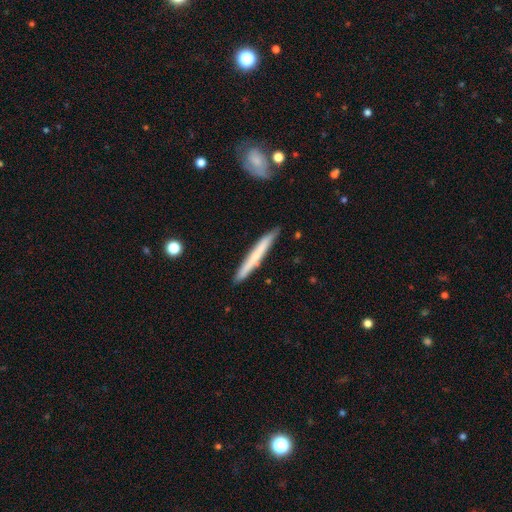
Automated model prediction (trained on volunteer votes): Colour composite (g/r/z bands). It shows a smooth galaxy with no disk features (54%) that is cigar-shaped (96%). Merging: none (89%).